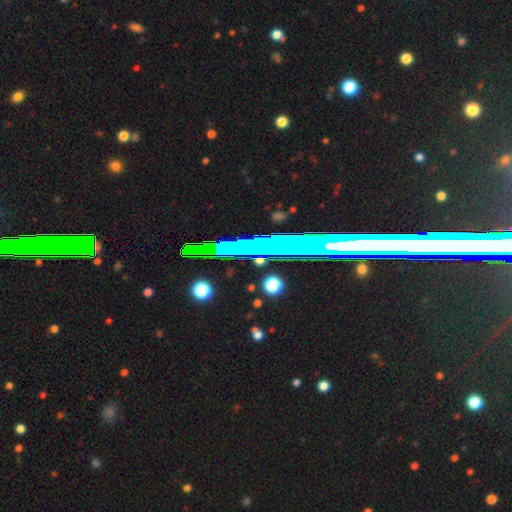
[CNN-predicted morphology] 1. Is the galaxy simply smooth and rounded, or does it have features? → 63% star or artifact, 24% featured or disk, 13% smooth.